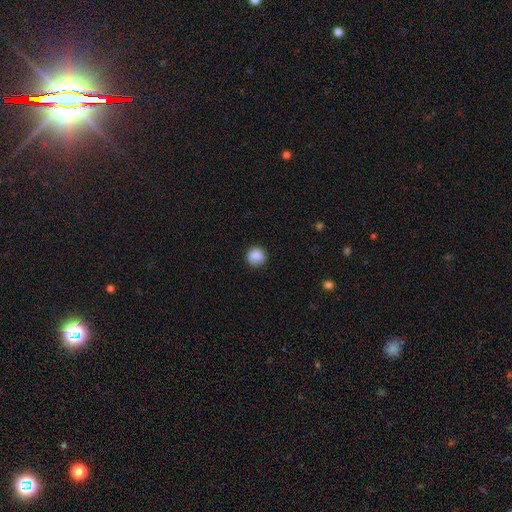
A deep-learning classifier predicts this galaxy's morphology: This is clearly a smooth galaxy (87%). How rounded: clearly round (89%). Merging: clearly none (84%).